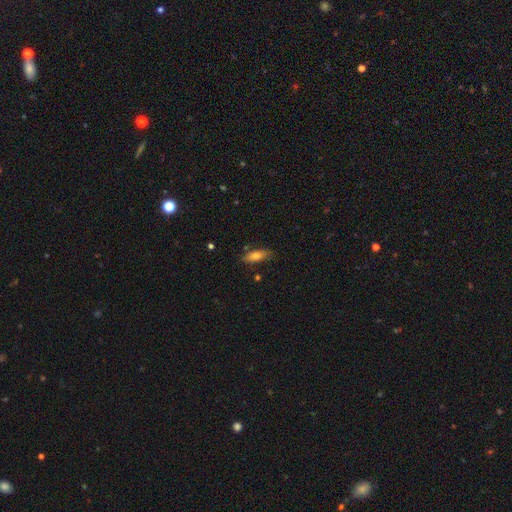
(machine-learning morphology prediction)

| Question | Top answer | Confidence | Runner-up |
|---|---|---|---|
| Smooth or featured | smooth | 70% | featured or disk (22%) |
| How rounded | in between | 67% | cigar-shaped (30%) |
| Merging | none | 78% | minor disturbance (16%) |